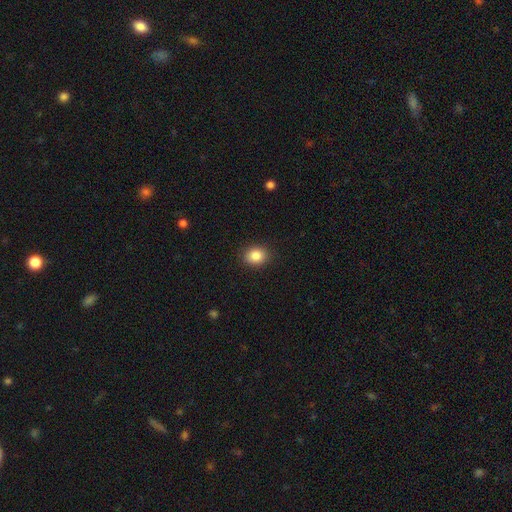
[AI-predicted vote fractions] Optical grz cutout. It shows a smooth galaxy with no disk features (86%) that is round (55%). Merging: none (90%).